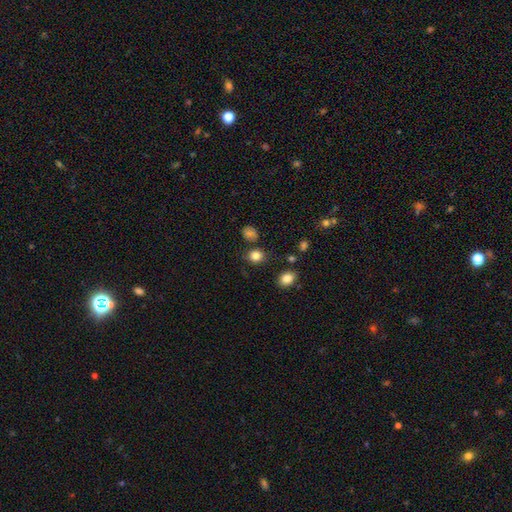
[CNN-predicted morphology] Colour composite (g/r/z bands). It shows a smooth galaxy with no disk features (83%) that is round (68%). Merging: none (79%).